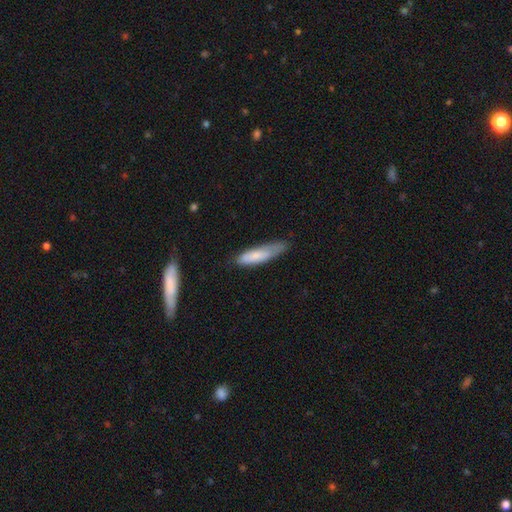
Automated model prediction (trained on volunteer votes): Smooth or featured? Predicted: smooth (p=0.75). How rounded? Predicted: cigar-shaped (p=0.68). Merging? Predicted: none (p=0.55).